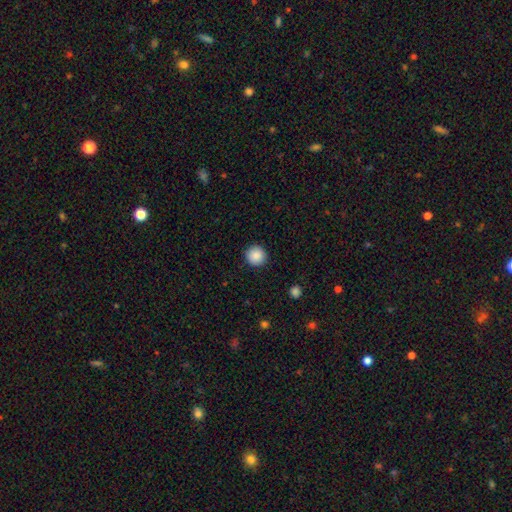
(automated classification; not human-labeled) The model was most divided on "smooth or featured": smooth: 88%, star or artifact: 8%, featured or disk: 3%. More confident: how rounded — round (95%); merging — none (92%).